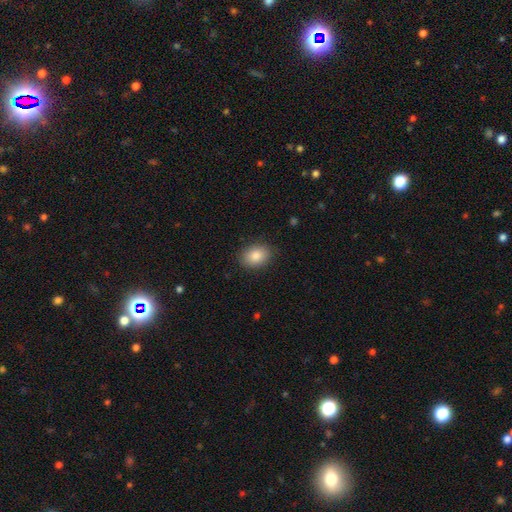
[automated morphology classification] smooth 85%, star or artifact 8%, featured or disk 7%. Down the decision tree: how rounded — in between (72%); merging — none (86%).